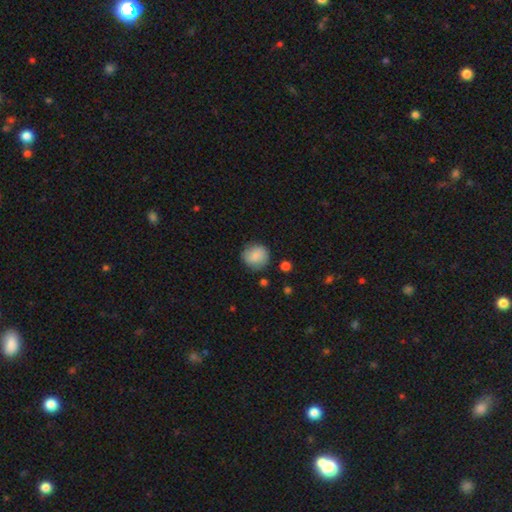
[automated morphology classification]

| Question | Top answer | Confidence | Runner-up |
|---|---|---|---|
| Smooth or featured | smooth | 84% | featured or disk (8%) |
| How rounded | round | 87% | in between (12%) |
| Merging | none | 81% | minor disturbance (14%) |